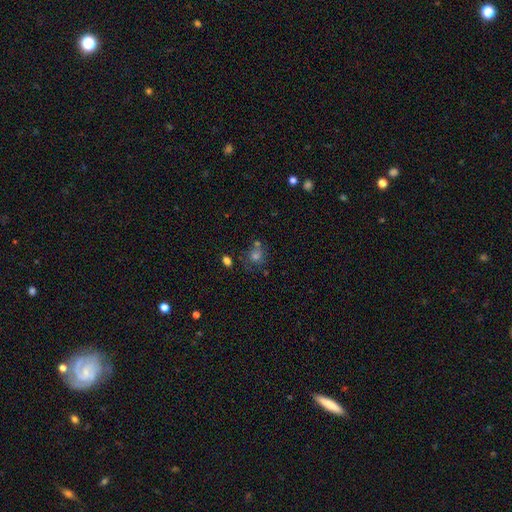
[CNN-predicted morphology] Smooth or featured?
  - smooth: 61% *
  - star or artifact: 25%
  - featured or disk: 14%
How rounded?
  - round: 79% *
  - in between: 19%
  - cigar-shaped: 1%
Merging?
  - none: 61% *
  - merger: 17%
  - minor disturbance: 15%
  - major disturbance: 7%